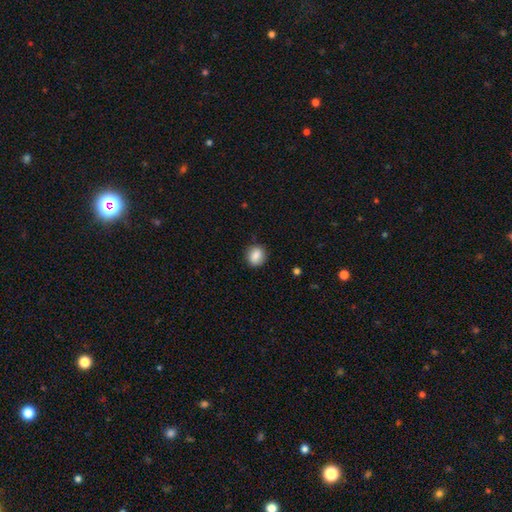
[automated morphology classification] This is clearly a smooth galaxy (86%). How rounded: likely round (74%). Merging: clearly none (86%).